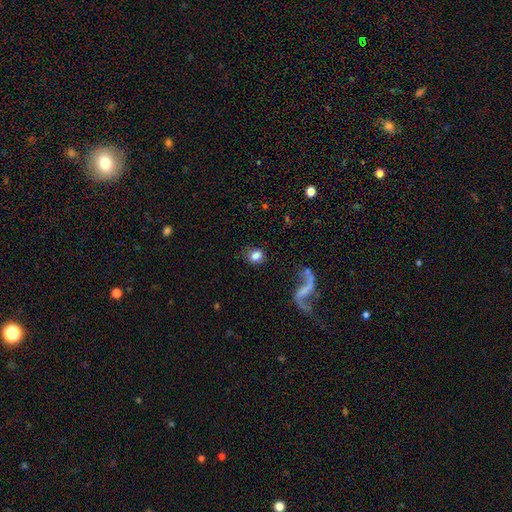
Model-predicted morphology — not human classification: Smooth or featured? smooth (76%)
How rounded? round (63%)
Merging? none (71%)